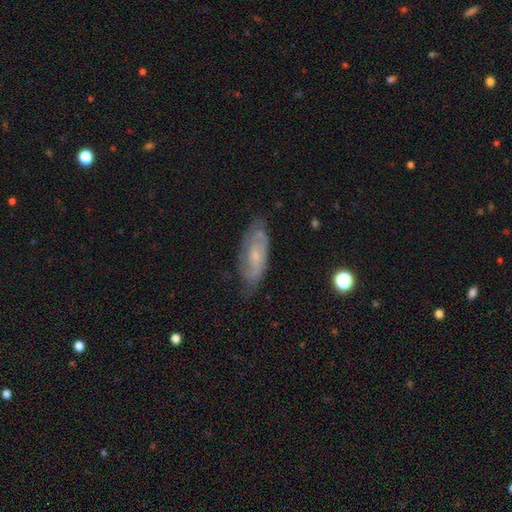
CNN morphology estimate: smooth-or-featured: featured or disk: 61% | smooth: 31% | star or artifact: 8%
  disk-edge-on: no: 85% | yes: 15%
    bar: no: 67% | weak: 28% | strong: 5%
    has-spiral-arms: yes: 79% | no: 21%
    bulge-size: small: 64% | moderate: 26% | none: 8% | large: 1% | dominant: 1%
  merging: none: 71% | minor disturbance: 22% | major disturbance: 6% | merger: 2%